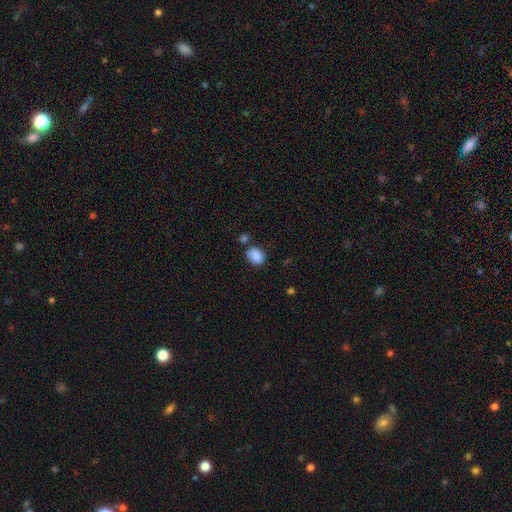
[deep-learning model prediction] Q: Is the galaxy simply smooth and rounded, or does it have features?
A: smooth — 88%.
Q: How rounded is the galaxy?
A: in between — 64%.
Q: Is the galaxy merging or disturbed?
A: none — 66%.